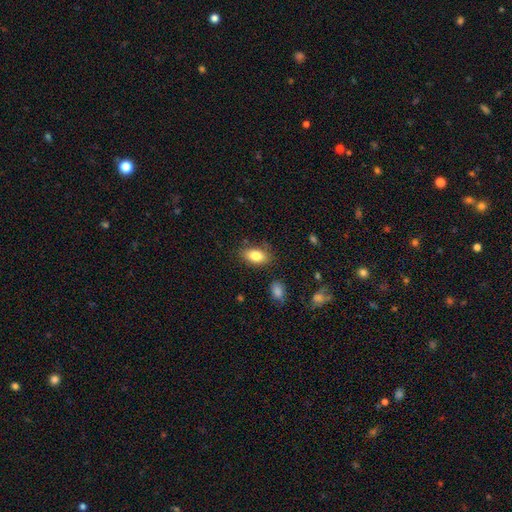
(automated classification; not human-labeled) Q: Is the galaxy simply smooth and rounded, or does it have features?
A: smooth — 83%.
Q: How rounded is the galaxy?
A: in between — 90%.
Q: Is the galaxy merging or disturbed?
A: none — 81%.